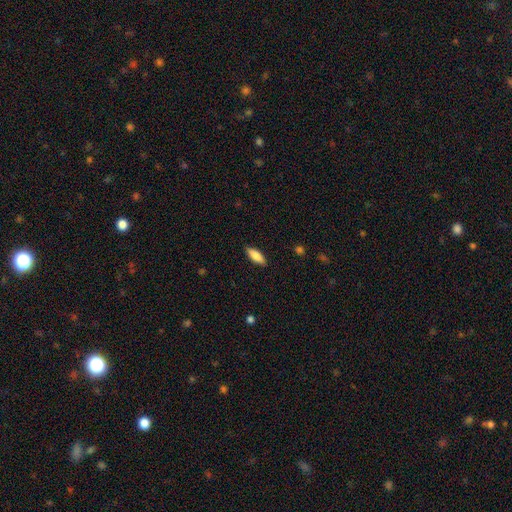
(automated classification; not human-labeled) smooth 82%, featured or disk 12%, star or artifact 6%. Down the decision tree: how rounded — in between (65%); merging — none (87%).